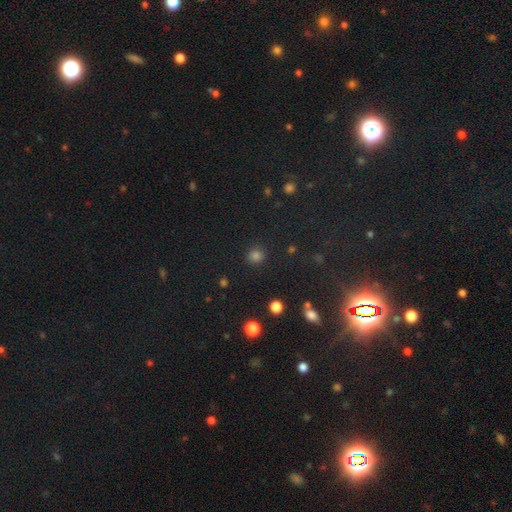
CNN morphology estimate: The model was most divided on "smooth or featured": smooth: 62%, star or artifact: 32%, featured or disk: 5%. More confident: merging — none (89%); how rounded — round (89%).